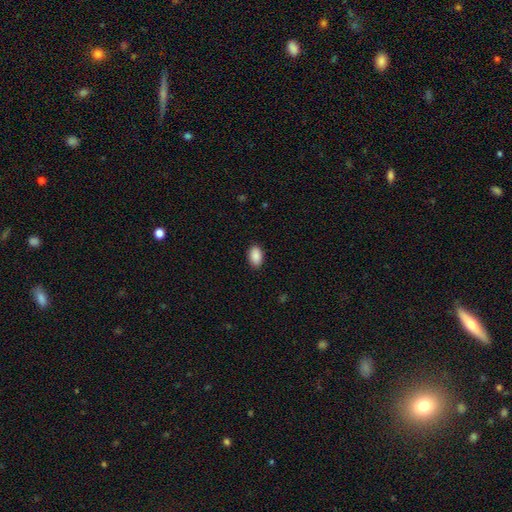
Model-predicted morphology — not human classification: Smooth or featured: smooth — 90% (star or artifact — 7%)
How rounded: in between — 91% (round — 8%)
Merging: none — 89% (minor disturbance — 8%)